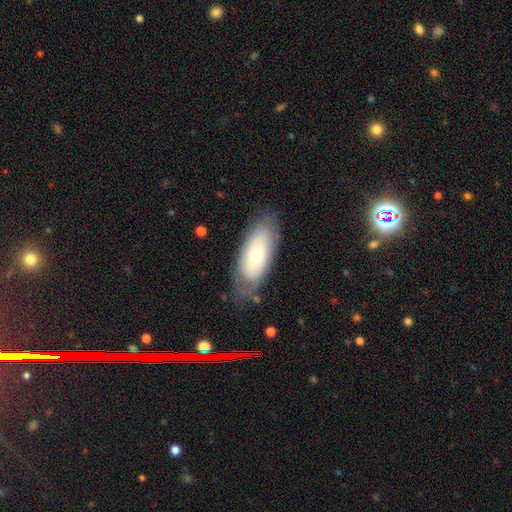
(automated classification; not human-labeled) smooth 58%, featured or disk 35%, star or artifact 7%. Down the decision tree: how rounded — in between (85%); merging — none (71%).